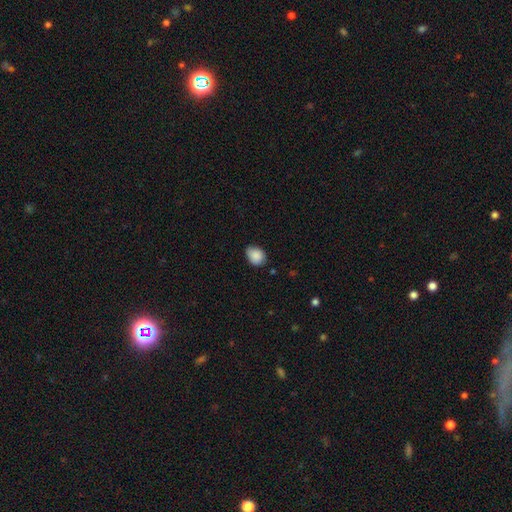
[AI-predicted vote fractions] Smooth or featured? Predicted: smooth (p=0.88). How rounded? Predicted: in between (p=0.56). Merging? Predicted: none (p=0.71).